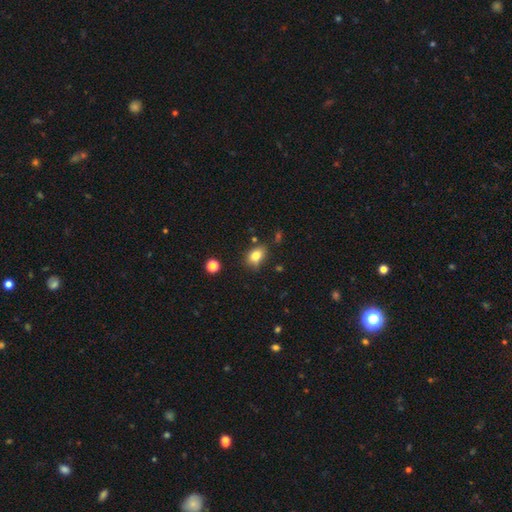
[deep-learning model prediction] Morphology: type=smooth (82%); roundness=in between (71%); merging=none (71%).